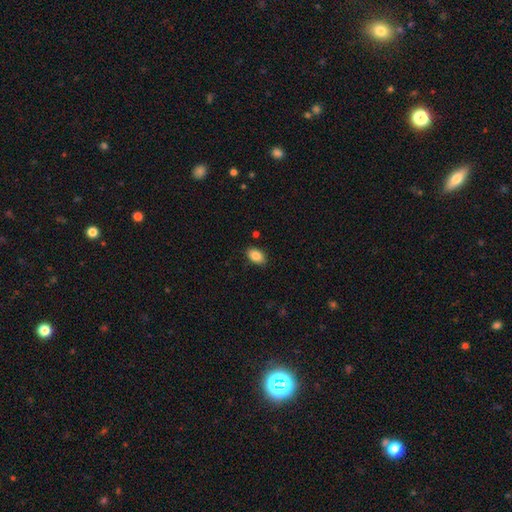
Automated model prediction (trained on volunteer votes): Smooth or featured? Predicted: smooth (p=0.86). How rounded? Predicted: in between (p=0.88). Merging? Predicted: none (p=0.85).